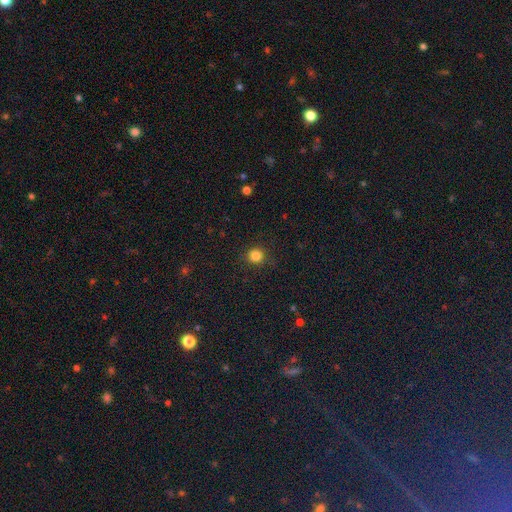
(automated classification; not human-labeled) This is clearly a smooth galaxy (83%). How rounded: clearly round (93%). Merging: clearly none (89%).